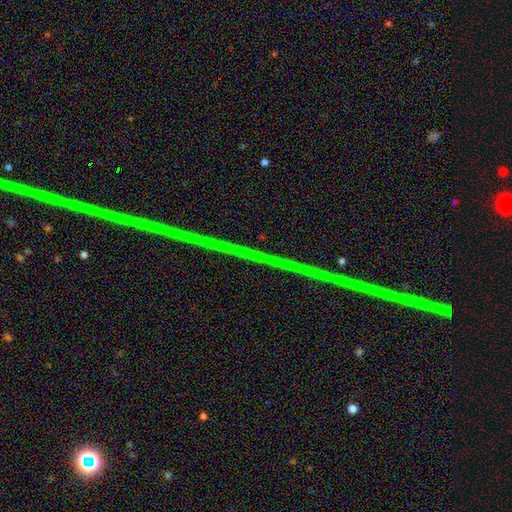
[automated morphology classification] Smooth or featured? Predicted: star or artifact (p=0.78).